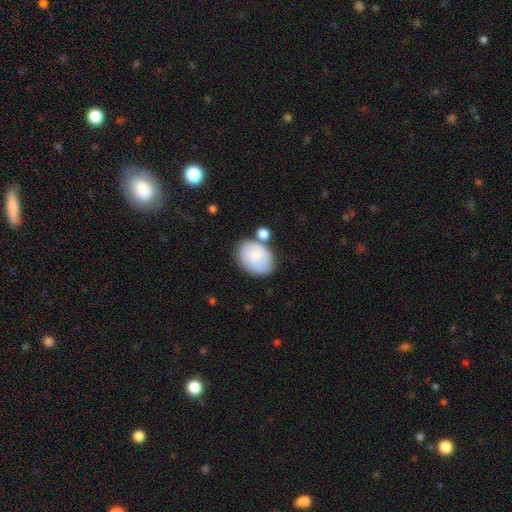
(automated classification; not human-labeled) A smooth galaxy with no disk features (73%) that is in between round and cigar-shaped (68%). Merging: none (60%).